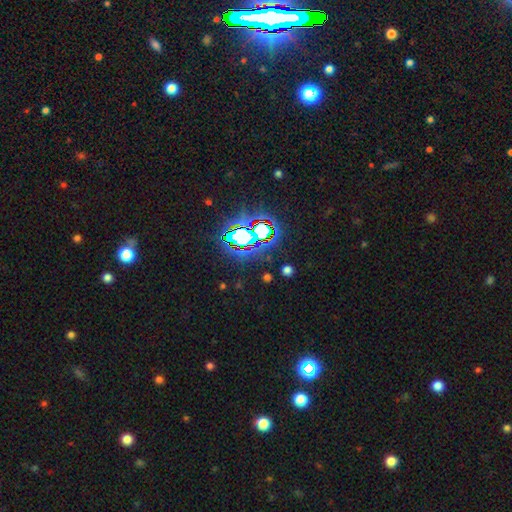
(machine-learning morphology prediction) A star or artifact, not a galaxy (76%).